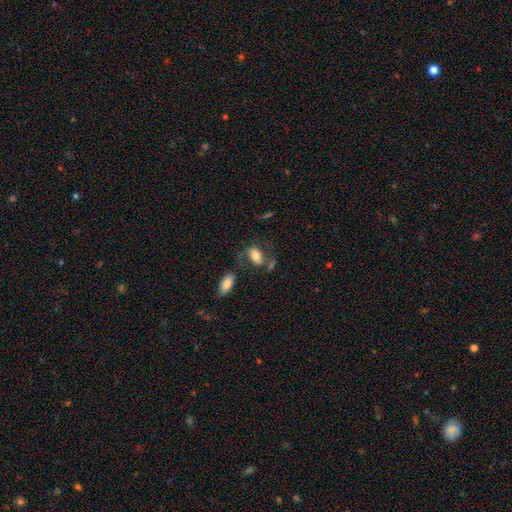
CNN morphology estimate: Smooth or featured? smooth (56%)
How rounded? in between (86%)
Merging? none (55%)